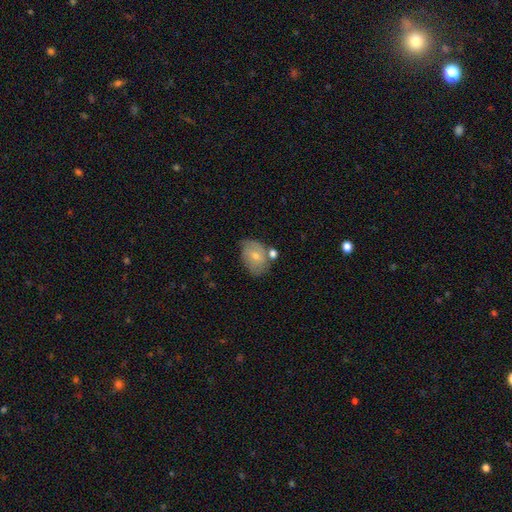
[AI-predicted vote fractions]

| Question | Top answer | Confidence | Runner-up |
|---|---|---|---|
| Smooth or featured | smooth | 60% | featured or disk (33%) |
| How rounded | in between | 72% | round (27%) |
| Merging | none | 51% | minor disturbance (25%) |